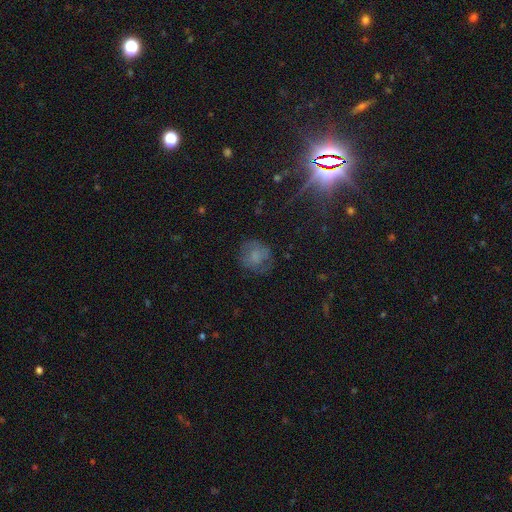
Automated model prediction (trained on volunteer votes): smooth 65%, featured or disk 23%, star or artifact 12%. Down the decision tree: how rounded — round (82%); merging — none (67%).